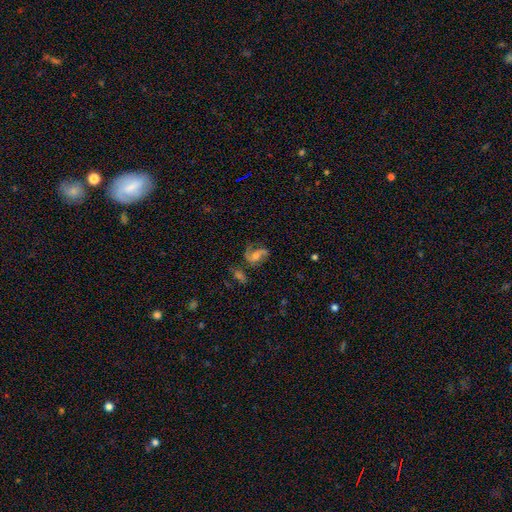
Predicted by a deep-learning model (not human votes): This appears to be a featured or disk galaxy (73%) with no bar (48%), 2 (76%) medium (44%) spiral arms (91%) and a moderate central bulge (46%). Merging: none (49%).